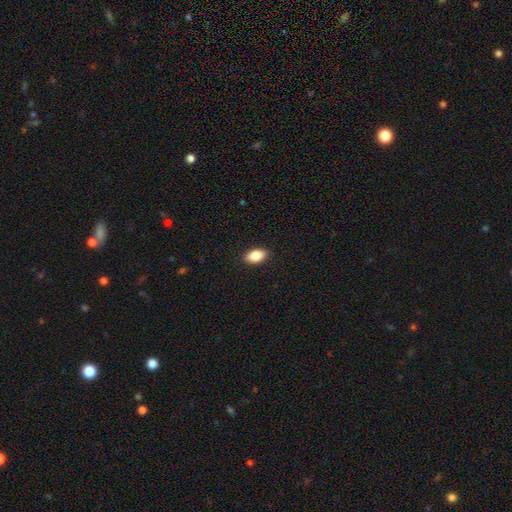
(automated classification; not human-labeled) smooth_or_featured: smooth (p=0.84) [alt: featured or disk p=0.08]
how_rounded: in between (p=0.91) [alt: round p=0.05]
merging: none (p=0.89) [alt: minor disturbance p=0.08]